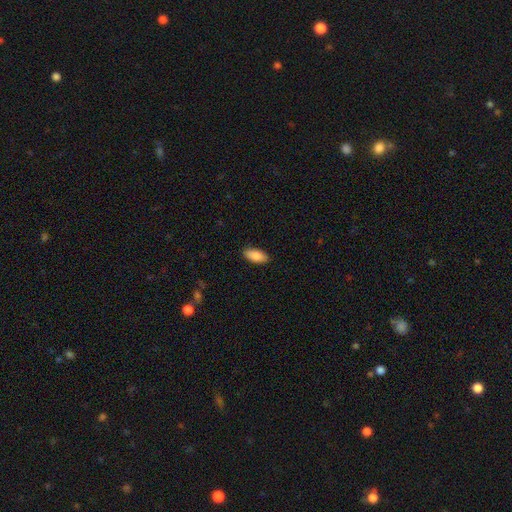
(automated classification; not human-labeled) smooth_or_featured: smooth (p=0.88) [alt: star or artifact p=0.06]
how_rounded: in between (p=0.89) [alt: cigar-shaped p=0.09]
merging: none (p=0.89) [alt: minor disturbance p=0.08]